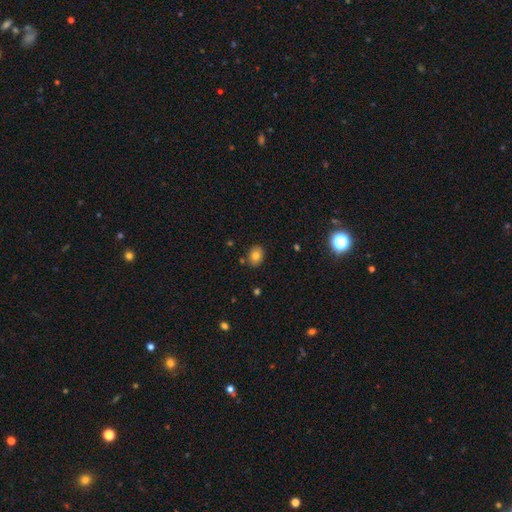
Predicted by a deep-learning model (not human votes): smooth-or-featured: smooth: 80% | star or artifact: 11% | featured or disk: 10%
  how-rounded: in between: 54% | round: 45% | cigar-shaped: 1%
  merging: none: 84% | minor disturbance: 10% | merger: 3% | major disturbance: 2%